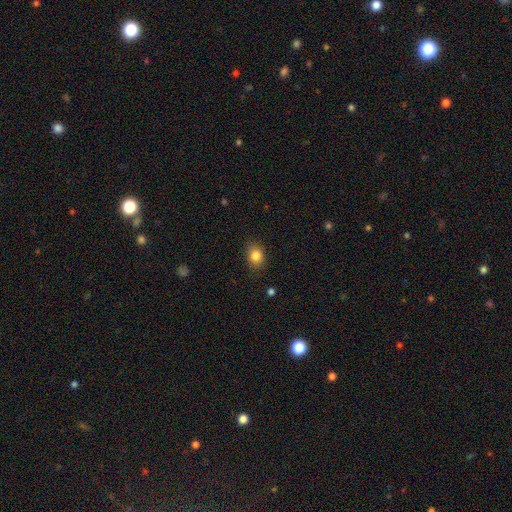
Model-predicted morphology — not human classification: A smooth galaxy with no disk features (84%) that is in between round and cigar-shaped (51%). Merging: none (82%).